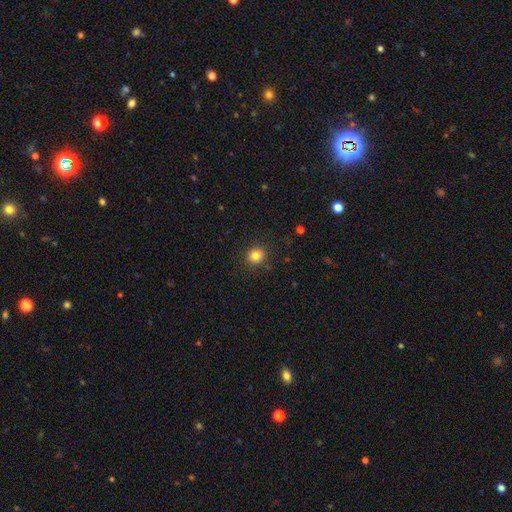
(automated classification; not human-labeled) The model was most divided on "smooth or featured": smooth: 82%, star or artifact: 12%, featured or disk: 6%. More confident: merging — none (89%); how rounded — round (87%).